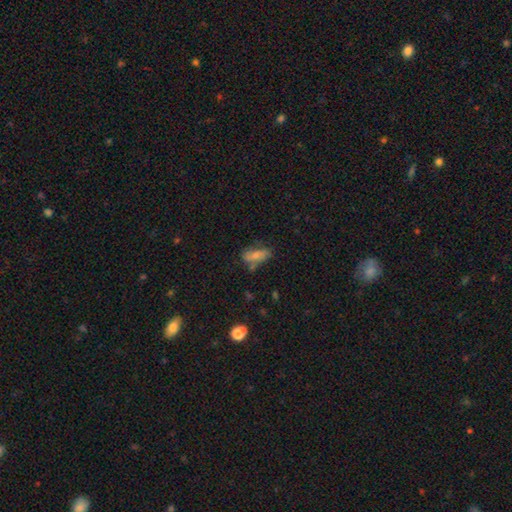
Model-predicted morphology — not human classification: Smooth or featured? smooth (70%)
How rounded? in between (80%)
Merging? none (50%)